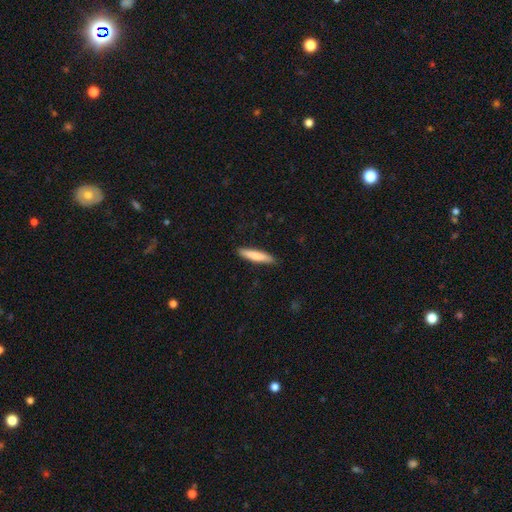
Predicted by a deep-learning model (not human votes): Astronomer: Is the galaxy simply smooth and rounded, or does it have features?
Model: smooth — 77%.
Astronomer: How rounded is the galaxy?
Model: cigar-shaped — 86%.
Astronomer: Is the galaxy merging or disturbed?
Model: none — 89%.